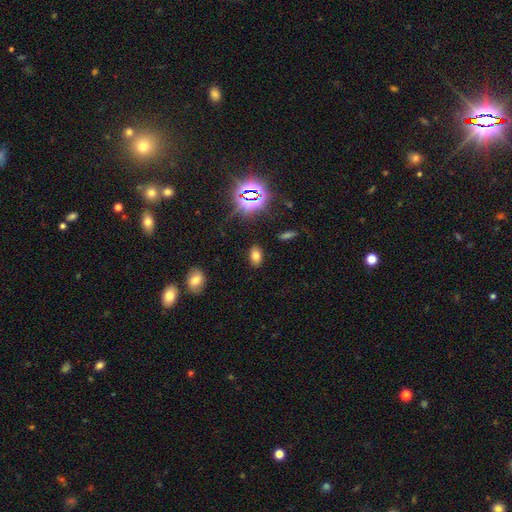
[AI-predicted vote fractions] Overall: smooth (67%). How rounded: in between (89%). Merging: none (86%).